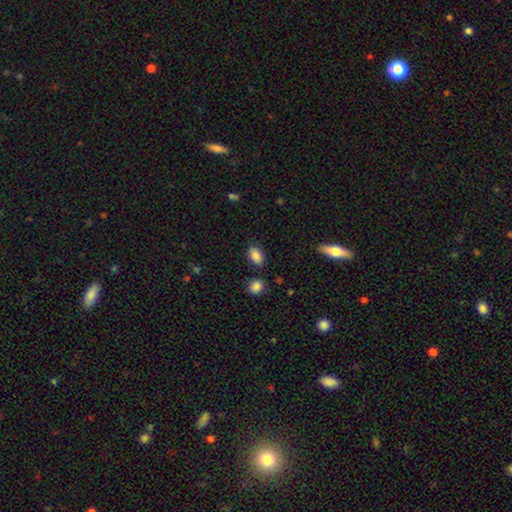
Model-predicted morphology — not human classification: type=smooth (86%); roundness=in between (90%); merging=none (83%).